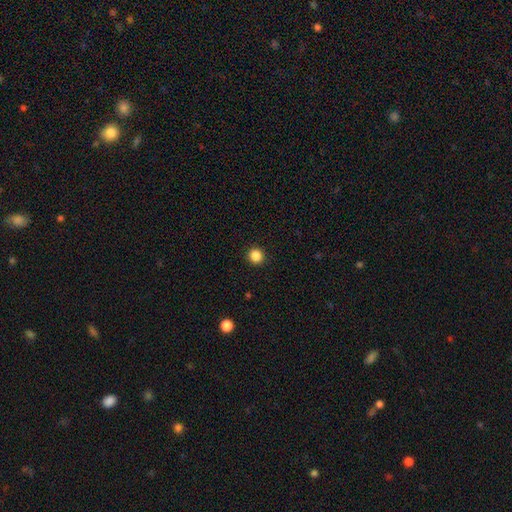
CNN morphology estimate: Smooth or featured? Predicted: smooth (p=0.86). How rounded? Predicted: round (p=0.92). Merging? Predicted: none (p=0.92).